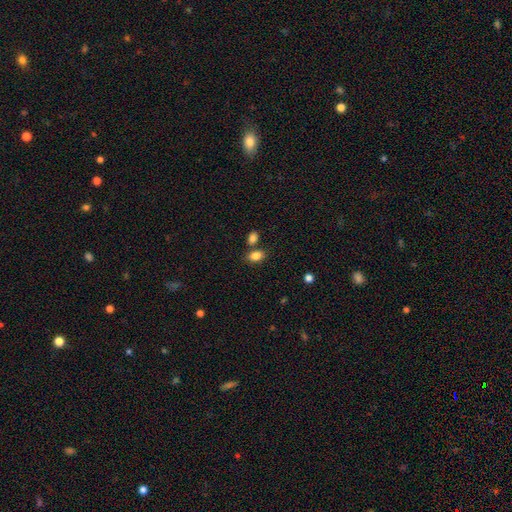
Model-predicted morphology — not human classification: Smooth or featured: smooth — 84% (star or artifact — 10%)
How rounded: in between — 80% (round — 18%)
Merging: none — 67% (merger — 18%)